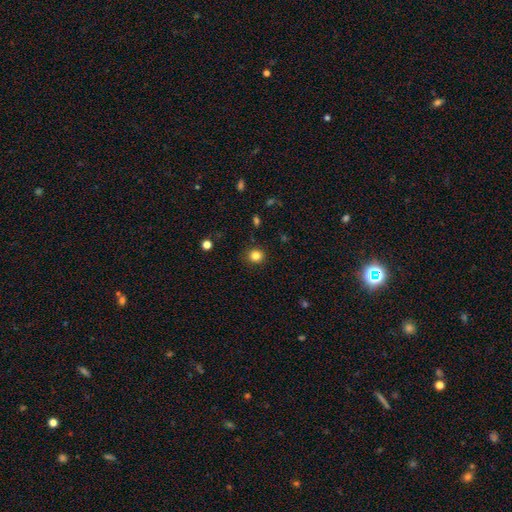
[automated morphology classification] type=smooth (83%); roundness=round (85%); merging=none (89%).